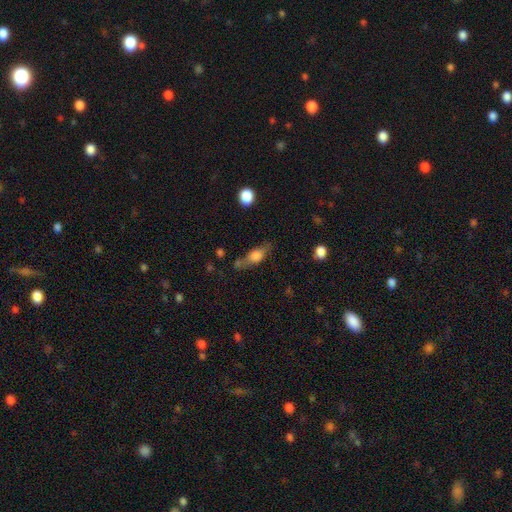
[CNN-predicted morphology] Q: Smooth or featured?
A: smooth (64%); runner-up: featured or disk (27%)
Q: How rounded?
A: in between (65%); runner-up: cigar-shaped (27%)
Q: Merging?
A: none (53%); runner-up: minor disturbance (24%)